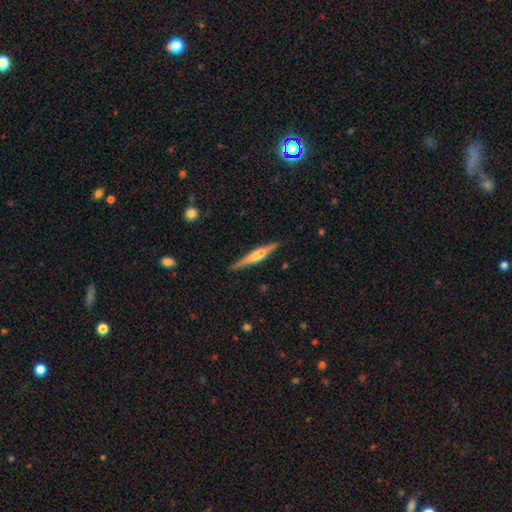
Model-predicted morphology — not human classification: type=featured or disk (69%); edge-on=yes (97%); edge-on bulge=rounded (70%); merging=none (89%).